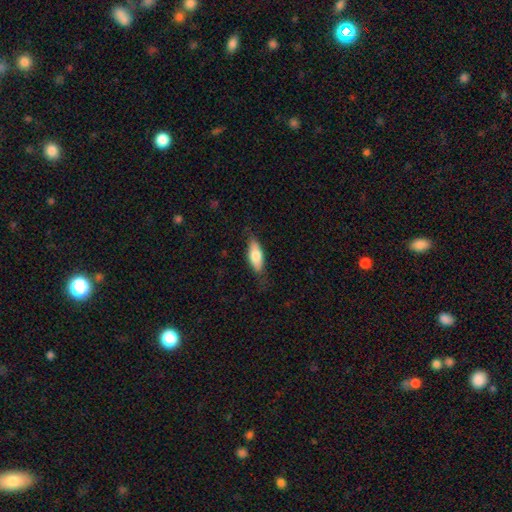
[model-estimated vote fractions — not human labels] Smooth or featured? Predicted: smooth (p=0.73). How rounded? Predicted: in between (p=0.73). Merging? Predicted: none (p=0.76).